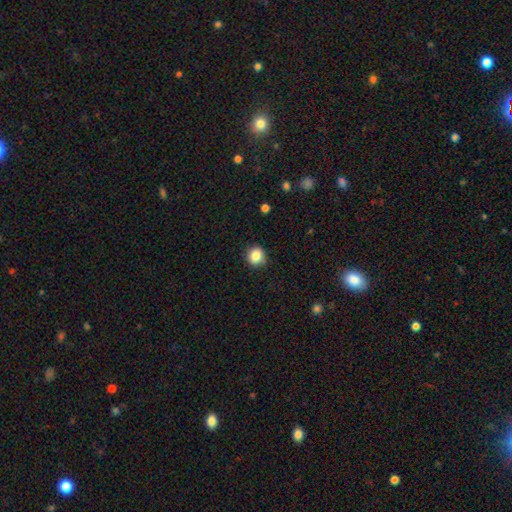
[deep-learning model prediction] A smooth galaxy with no disk features (85%) that is round (84%). Merging: none (85%).